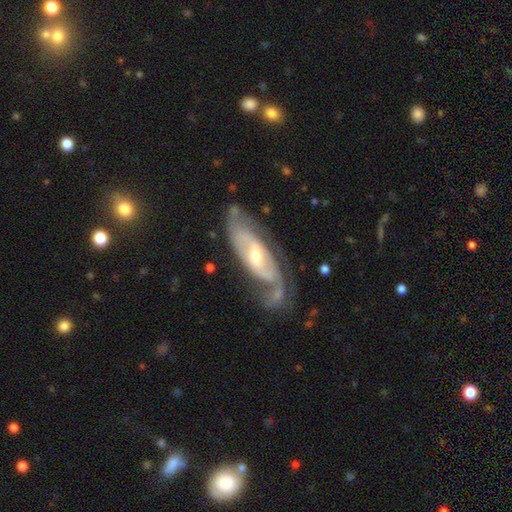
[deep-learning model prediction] Smooth or featured? featured or disk (83%)
Edge-on disk? no (88%)
Bar? weak (42%)
Spiral arms? yes (90%)
Spiral winding? tight (44%)
Spiral arm count? 2 (59%)
Bulge size? moderate (51%)
Merging? none (58%)